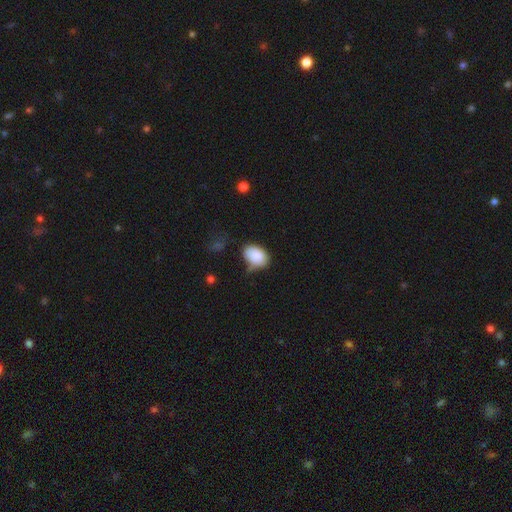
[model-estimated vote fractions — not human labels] The model was most divided on "merging": none: 55%, minor disturbance: 30%, major disturbance: 9%, merger: 5%. More confident: smooth or featured — smooth (88%); how rounded — in between (84%).